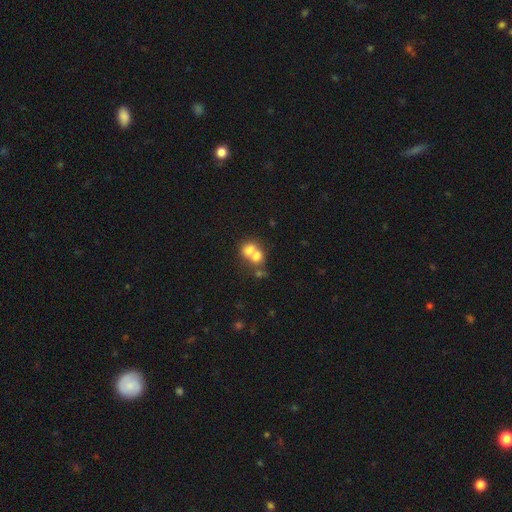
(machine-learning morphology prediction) smooth_or_featured: smooth (p=0.66) [alt: featured or disk p=0.22]
how_rounded: in between (p=0.54) [alt: round p=0.45]
merging: merger (p=0.67) [alt: none p=0.21]